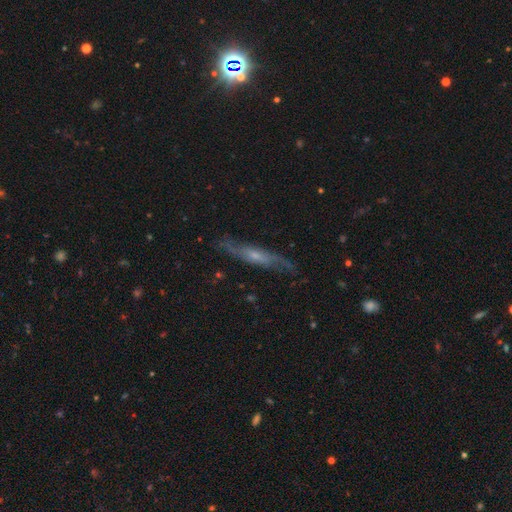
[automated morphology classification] Smooth or featured? Predicted: featured or disk (p=0.72). Edge-on disk? Predicted: yes (p=0.59). Merging? Predicted: none (p=0.74).